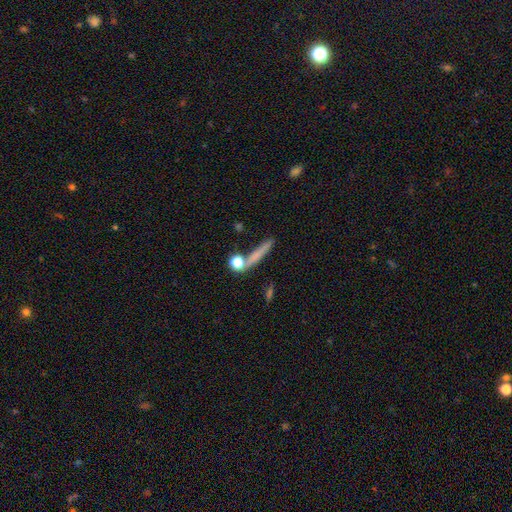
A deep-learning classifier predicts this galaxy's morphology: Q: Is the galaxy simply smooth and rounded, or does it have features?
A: smooth — 63%.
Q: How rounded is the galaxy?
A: cigar-shaped — 71%.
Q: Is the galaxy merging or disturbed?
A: none — 70%.